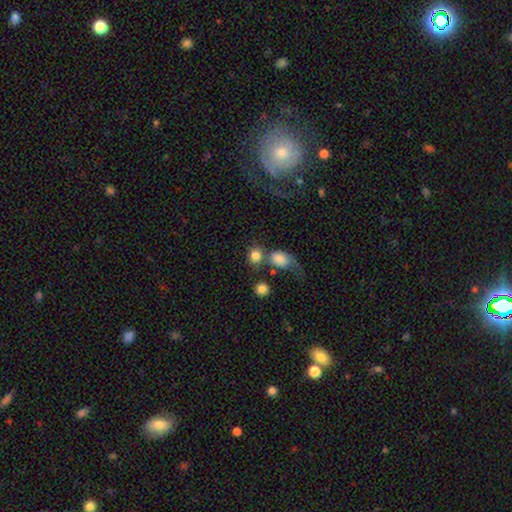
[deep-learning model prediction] Smooth or featured?
  - smooth: 81% *
  - star or artifact: 10%
  - featured or disk: 10%
How rounded?
  - round: 73% *
  - in between: 25%
  - cigar-shaped: 1%
Merging?
  - none: 42% *
  - merger: 38%
  - minor disturbance: 10%
  - major disturbance: 9%